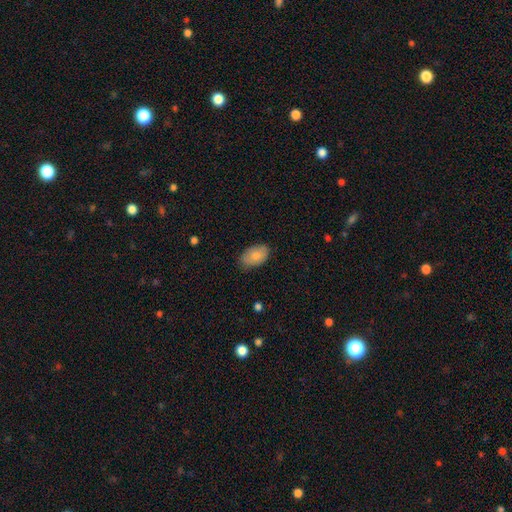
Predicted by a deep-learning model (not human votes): smooth 78%, featured or disk 16%, star or artifact 7%. Down the decision tree: how rounded — in between (91%); merging — none (78%).